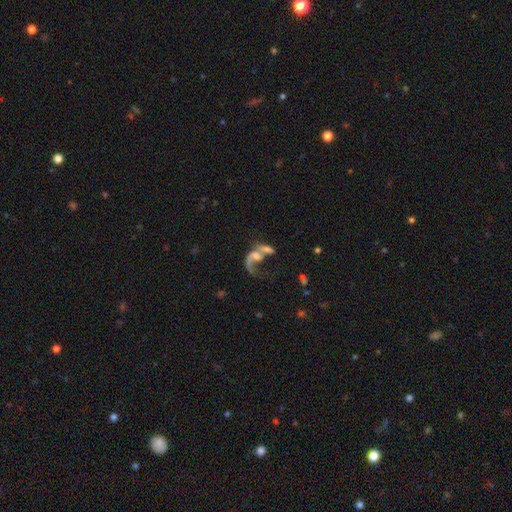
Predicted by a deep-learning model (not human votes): This is likely a featured or disk galaxy (65%). It is clearly not viewed edge-on (95%). Bar: likely no (62%). Spiral arm pattern: likely yes (73%). Central bulge: marginally moderate (30%). Merging: possibly merger (49%).